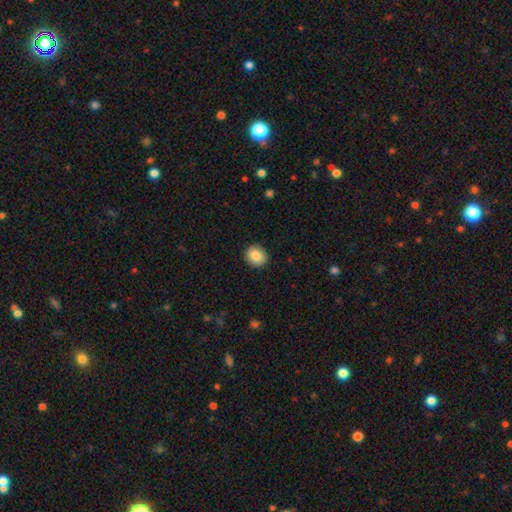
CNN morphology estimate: This is clearly a smooth galaxy (86%). How rounded: likely round (66%). Merging: clearly none (91%).